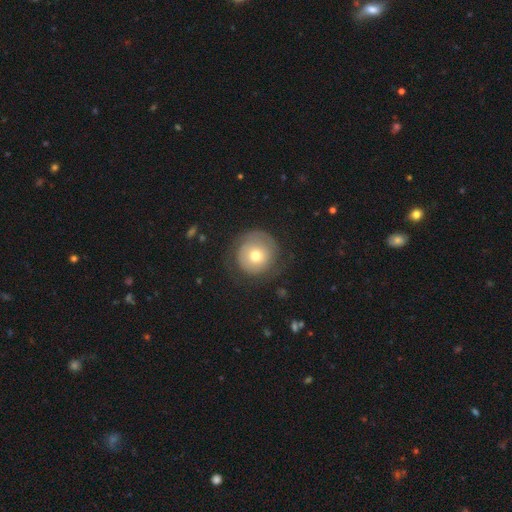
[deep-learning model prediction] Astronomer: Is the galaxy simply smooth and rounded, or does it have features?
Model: smooth — 61%.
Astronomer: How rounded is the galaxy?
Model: round — 93%.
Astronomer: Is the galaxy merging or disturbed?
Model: none — 68%.